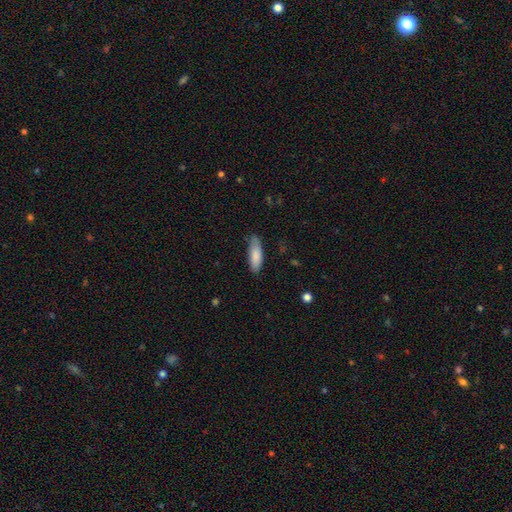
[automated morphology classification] Q: Smooth or featured?
A: smooth (86%); runner-up: featured or disk (9%)
Q: How rounded?
A: in between (56%); runner-up: cigar-shaped (43%)
Q: Merging?
A: none (78%); runner-up: minor disturbance (18%)